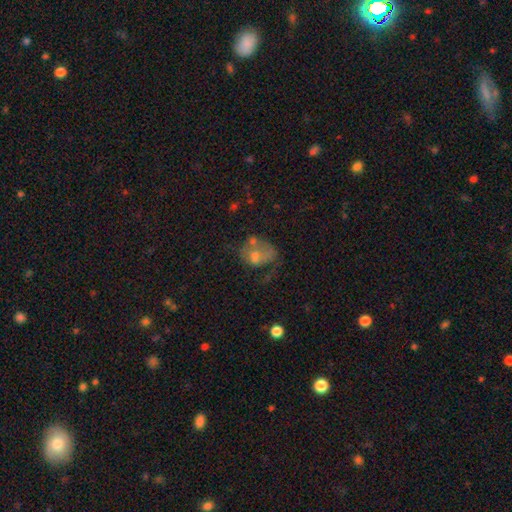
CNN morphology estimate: Q: Smooth or featured?
A: smooth (47%); runner-up: featured or disk (41%)
Q: Merging?
A: major disturbance (35%); runner-up: none (27%)